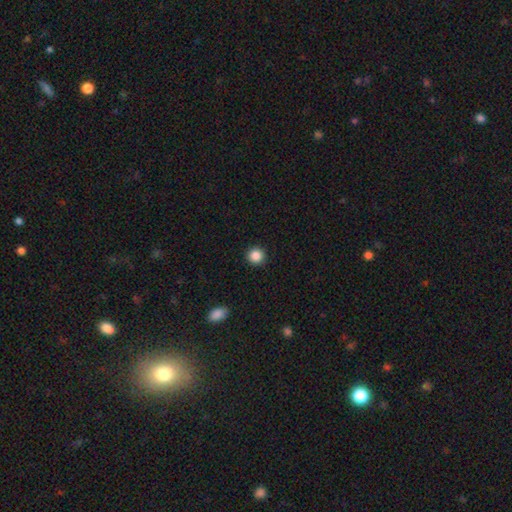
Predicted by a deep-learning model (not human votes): Overall: smooth (87%). How rounded: round (95%). Merging: none (93%).